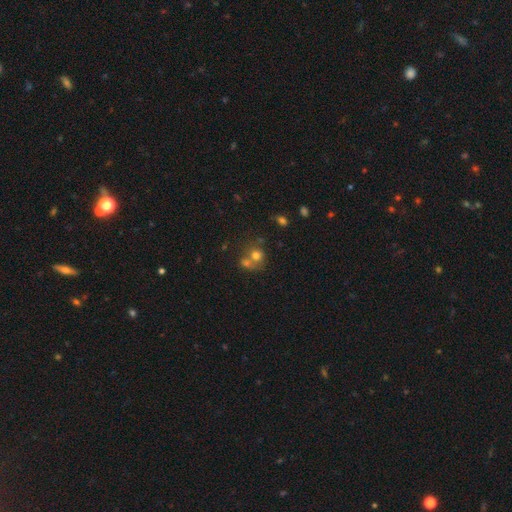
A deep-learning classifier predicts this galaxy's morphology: Q: Smooth or featured?
A: smooth (68%); runner-up: featured or disk (18%)
Q: How rounded?
A: round (76%); runner-up: in between (24%)
Q: Merging?
A: merger (53%); runner-up: none (33%)